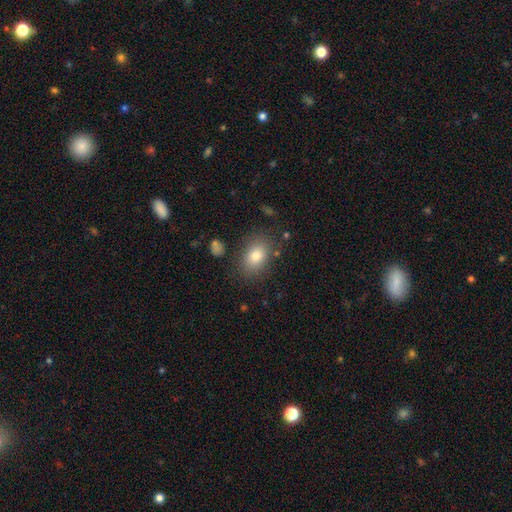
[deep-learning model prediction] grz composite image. It shows a smooth galaxy with no disk features (82%) that is in between round and cigar-shaped (80%). Merging: none (79%).